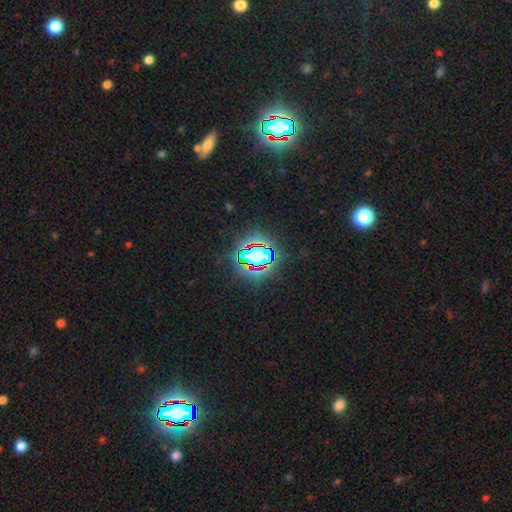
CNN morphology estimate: The model was most divided on "smooth or featured": star or artifact: 70%, smooth: 19%, featured or disk: 12%.